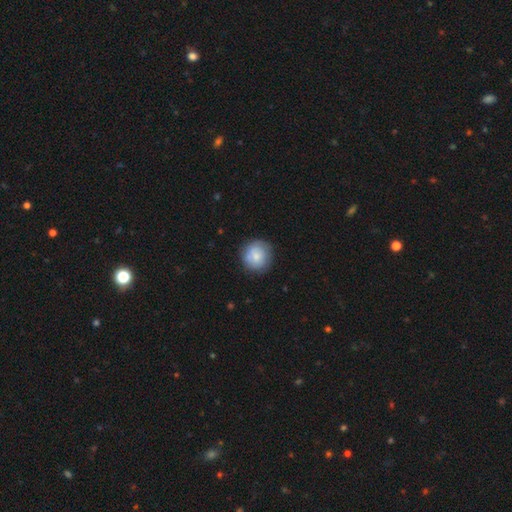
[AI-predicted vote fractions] A smooth galaxy with no disk features (77%) that is round (93%).

Vote fractions:
- Smooth or featured? smooth: 77% / featured or disk: 17% / star or artifact: 7%
- How rounded? round: 93% / in between: 6% / cigar-shaped: 1%
- Merging? none: 81% / minor disturbance: 14% / major disturbance: 3% / merger: 2%